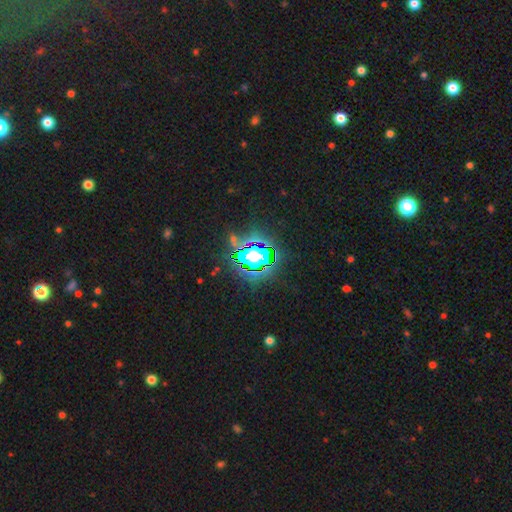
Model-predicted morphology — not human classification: smooth_or_featured: star or artifact (p=0.85) [alt: smooth p=0.09]